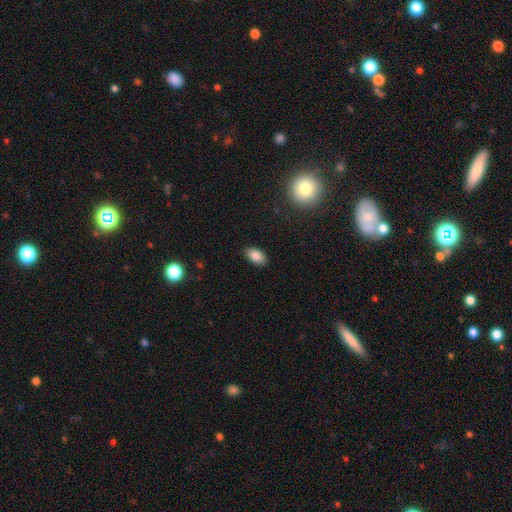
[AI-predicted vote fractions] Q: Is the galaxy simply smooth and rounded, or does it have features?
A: smooth — 86%.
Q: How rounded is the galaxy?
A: in between — 93%.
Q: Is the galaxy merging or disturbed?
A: none — 88%.